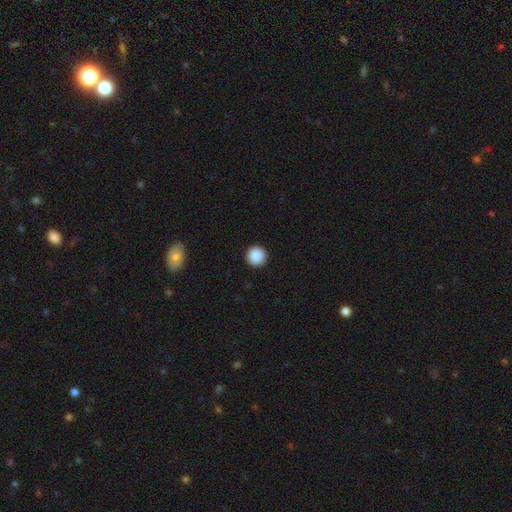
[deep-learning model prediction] Smooth or featured?
  - smooth: 89% *
  - star or artifact: 8%
  - featured or disk: 3%
How rounded?
  - round: 96% *
  - in between: 3%
  - cigar-shaped: 1%
Merging?
  - none: 93% *
  - minor disturbance: 4%
  - major disturbance: 1%
  - merger: 1%